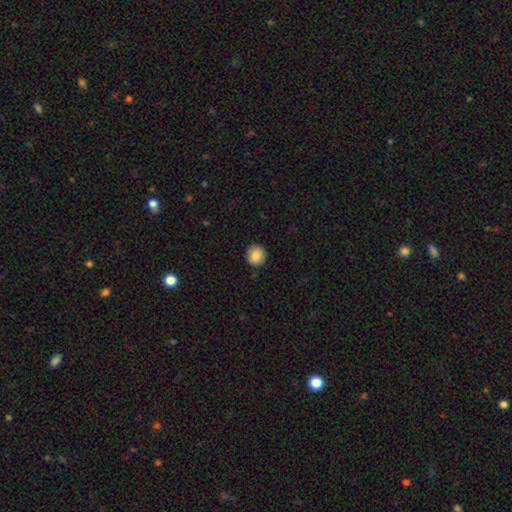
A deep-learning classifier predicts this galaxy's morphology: Smooth or featured? Predicted: smooth (p=0.87). How rounded? Predicted: round (p=0.90). Merging? Predicted: none (p=0.89).